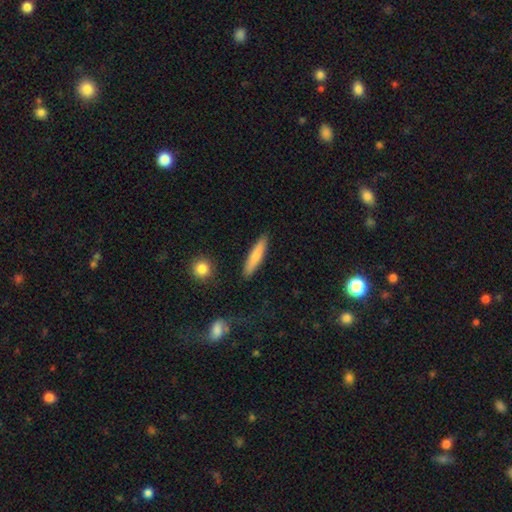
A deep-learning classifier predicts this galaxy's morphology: Smooth or featured? smooth (76%)
How rounded? cigar-shaped (85%)
Merging? none (89%)